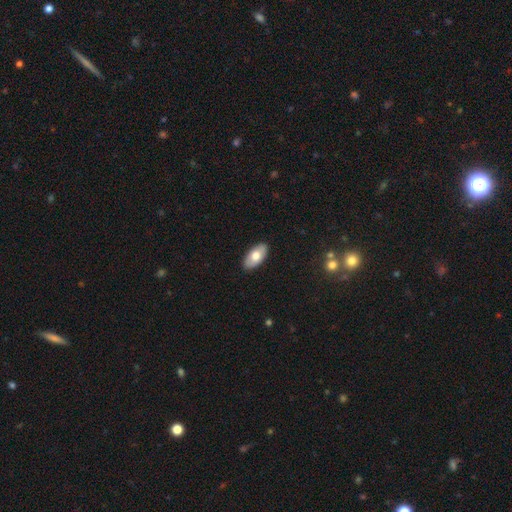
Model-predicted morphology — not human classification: The model was most divided on "smooth or featured": smooth: 70%, featured or disk: 24%, star or artifact: 6%. More confident: how rounded — in between (94%); merging — none (89%).